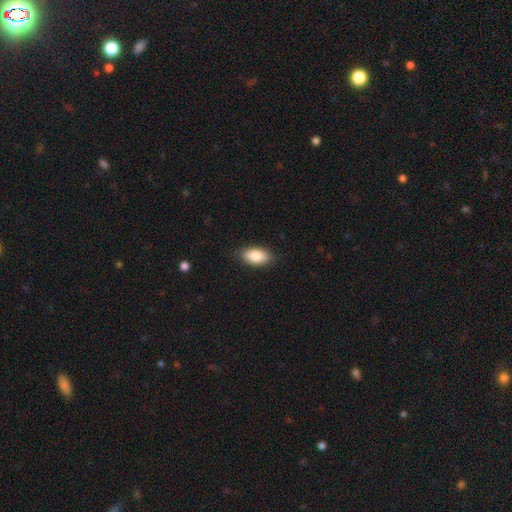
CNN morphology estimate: Smooth or featured? Predicted: smooth (p=0.85). How rounded? Predicted: in between (p=0.92). Merging? Predicted: none (p=0.87).